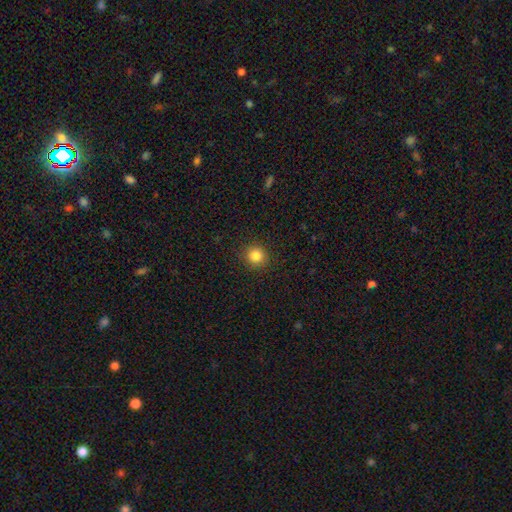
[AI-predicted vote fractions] Overall: smooth (83%). How rounded: round (92%). Merging: none (91%).